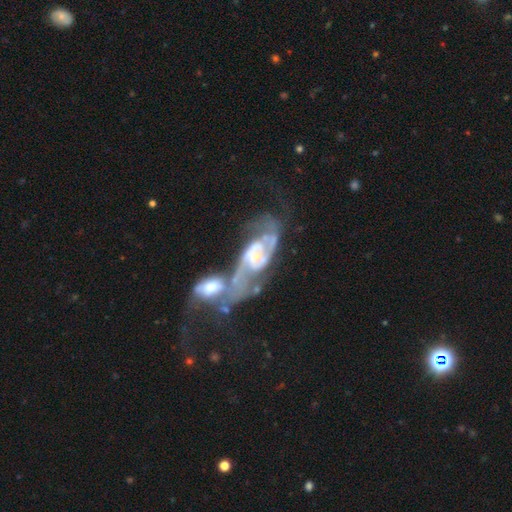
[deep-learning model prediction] smooth-or-featured: featured or disk: 85% | smooth: 9% | star or artifact: 7%
  disk-edge-on: no: 95% | yes: 5%
    bar: no: 53% | weak: 35% | strong: 13%
    has-spiral-arms: yes: 90% | no: 10%
      spiral-winding: medium: 44% | tight: 31% | loose: 25%
      spiral-arm-count: 2: 72% | can't tell: 16% | 3: 4% | 1: 4% | 4: 2% | more than 4: 2%
    bulge-size: small: 44% | moderate: 34% | none: 14% | large: 6% | dominant: 2%
  merging: merger: 61% | major disturbance: 16% | none: 15% | minor disturbance: 9%